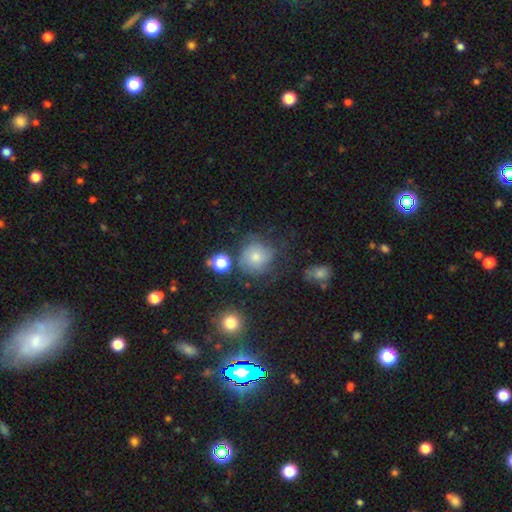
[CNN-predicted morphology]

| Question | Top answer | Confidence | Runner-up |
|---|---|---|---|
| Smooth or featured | smooth | 47% | featured or disk (34%) |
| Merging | none | 61% | minor disturbance (21%) |